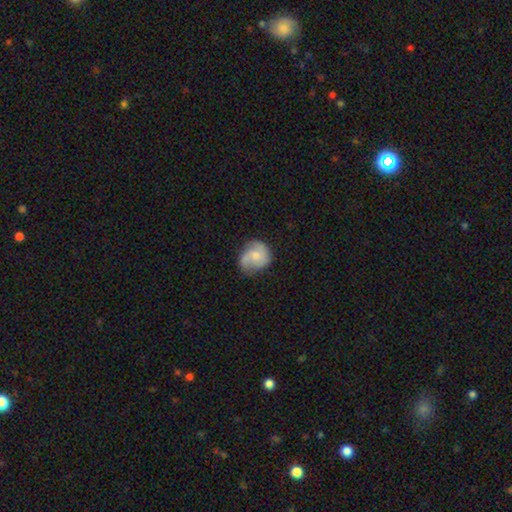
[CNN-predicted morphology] This appears to be a featured or disk galaxy (50%). Merging: none (56%).